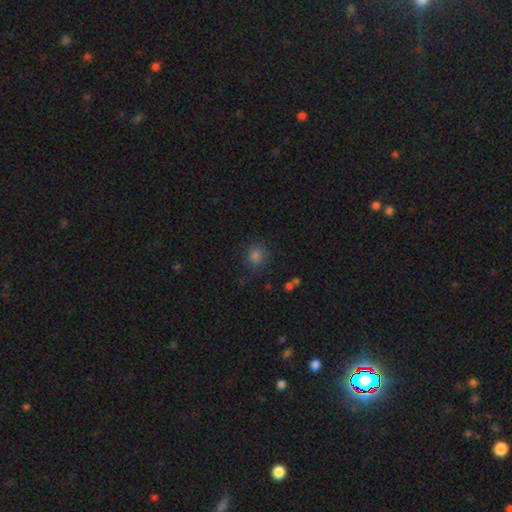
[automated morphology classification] A smooth galaxy with no disk features (75%) that is round (79%).

Vote fractions:
- Smooth or featured? smooth: 75% / star or artifact: 20% / featured or disk: 5%
- How rounded? round: 79% / in between: 19% / cigar-shaped: 1%
- Merging? none: 84% / minor disturbance: 10% / major disturbance: 4% / merger: 2%